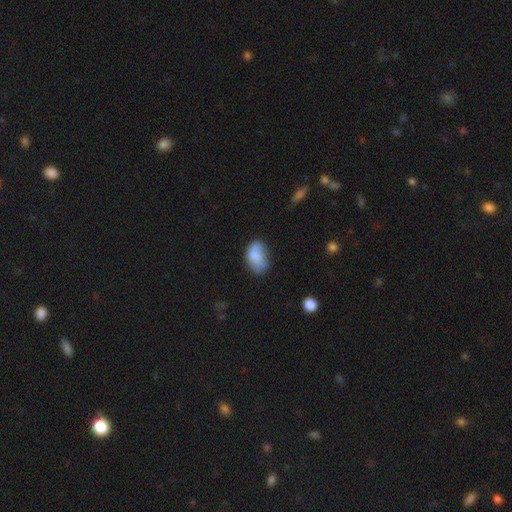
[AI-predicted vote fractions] Morphology: type=smooth (78%); roundness=in between (90%); merging=none (51%).